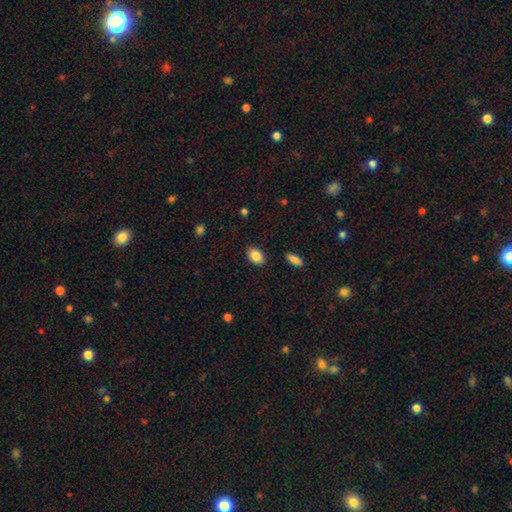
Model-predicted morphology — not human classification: Smooth or featured: smooth — 86% (star or artifact — 7%)
How rounded: in between — 88% (round — 11%)
Merging: none — 87% (minor disturbance — 9%)